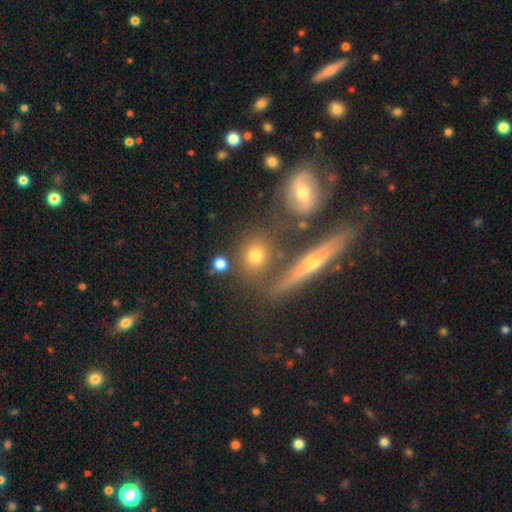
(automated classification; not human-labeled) The model was most divided on "smooth or featured": smooth: 70%, featured or disk: 18%, star or artifact: 12%. More confident: how rounded — round (76%); merging — none (73%).